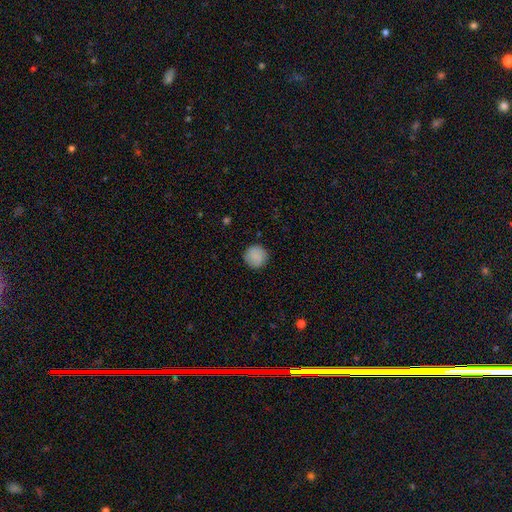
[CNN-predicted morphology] smooth_or_featured: smooth (p=0.86) [alt: featured or disk p=0.07]
how_rounded: round (p=0.95) [alt: in between p=0.04]
merging: none (p=0.90) [alt: minor disturbance p=0.07]